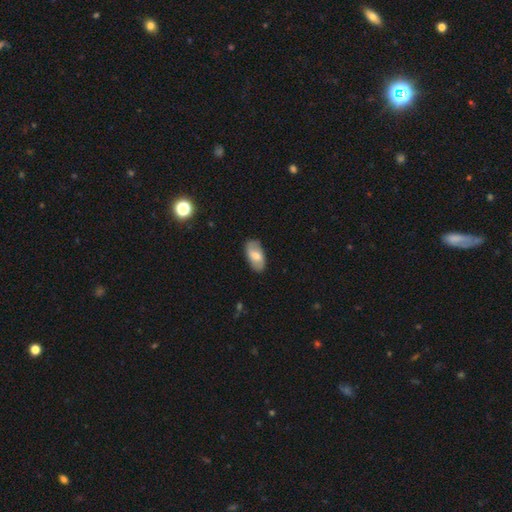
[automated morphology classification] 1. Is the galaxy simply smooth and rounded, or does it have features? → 60% smooth, 33% featured or disk, 6% star or artifact.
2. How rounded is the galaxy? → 93% in between, 4% cigar-shaped, 3% round.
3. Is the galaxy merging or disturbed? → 84% none, 12% minor disturbance, 3% major disturbance, 1% merger.